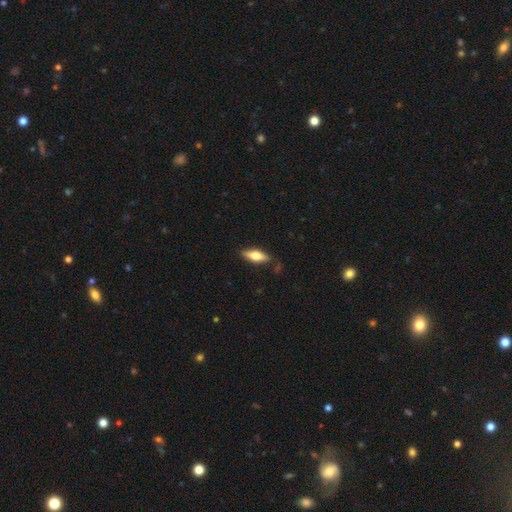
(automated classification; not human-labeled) A smooth galaxy with no disk features (54%) that is in between round and cigar-shaped (56%). Merging: none (83%).